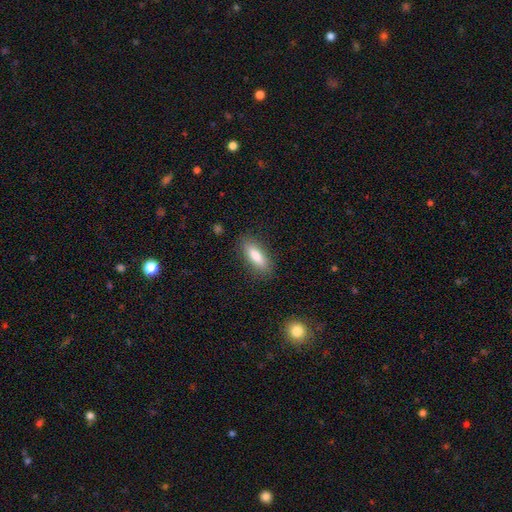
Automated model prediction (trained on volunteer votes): A smooth galaxy with no disk features (82%) that is in between round and cigar-shaped (62%). Merging: none (85%).